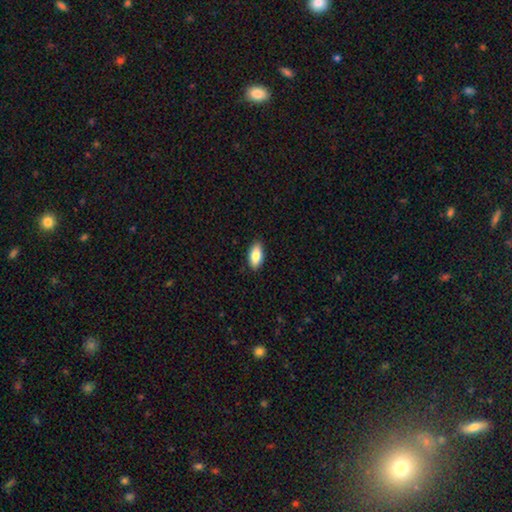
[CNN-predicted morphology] Q: Smooth or featured?
A: smooth (82%); runner-up: featured or disk (12%)
Q: How rounded?
A: in between (88%); runner-up: cigar-shaped (9%)
Q: Merging?
A: none (88%); runner-up: minor disturbance (9%)